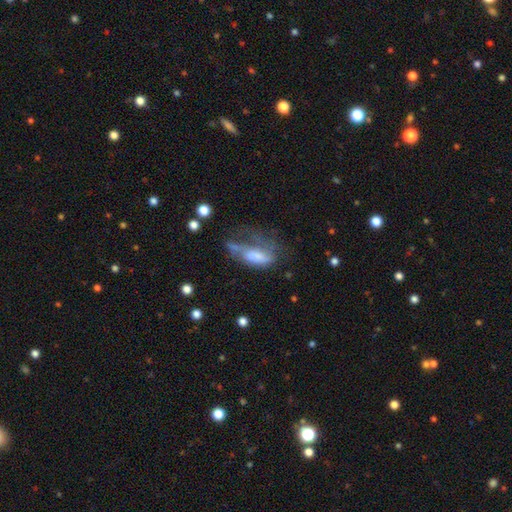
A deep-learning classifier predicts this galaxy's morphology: smooth-or-featured: smooth: 48% | featured or disk: 41% | star or artifact: 11%
  merging: major disturbance: 55% | minor disturbance: 19% | none: 17% | merger: 9%